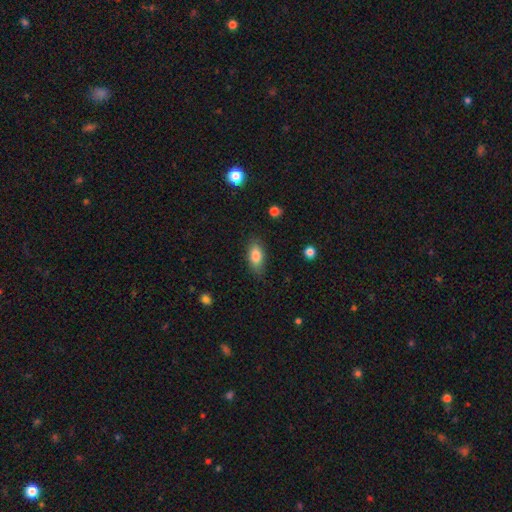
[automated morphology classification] Smooth or featured?
  - smooth: 81% *
  - featured or disk: 11%
  - star or artifact: 8%
How rounded?
  - in between: 86% *
  - cigar-shaped: 9%
  - round: 5%
Merging?
  - none: 82% *
  - minor disturbance: 14%
  - major disturbance: 3%
  - merger: 1%